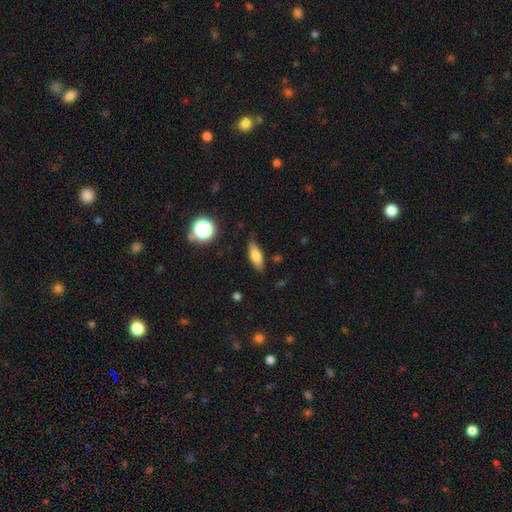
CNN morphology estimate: smooth 74%, featured or disk 17%, star or artifact 9%. Down the decision tree: how rounded — in between (67%); merging — none (83%).